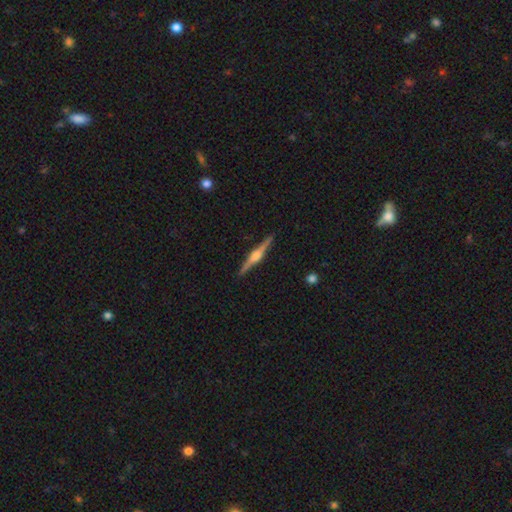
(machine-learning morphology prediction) Q: Smooth or featured?
A: featured or disk (84%); runner-up: smooth (11%)
Q: Edge-on disk?
A: yes (99%); runner-up: no (1%)
Q: Edge-on bulge?
A: rounded (89%); runner-up: boxy (8%)
Q: Merging?
A: none (92%); runner-up: minor disturbance (6%)